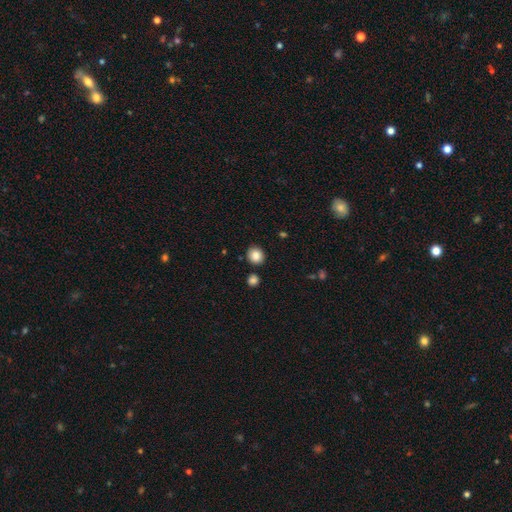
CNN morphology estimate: Smooth or featured? Predicted: smooth (p=0.86). How rounded? Predicted: round (p=0.81). Merging? Predicted: none (p=0.85).